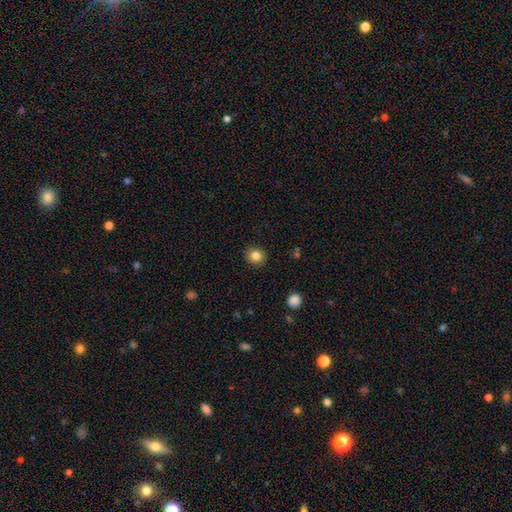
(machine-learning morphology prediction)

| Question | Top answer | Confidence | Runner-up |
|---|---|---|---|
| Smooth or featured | smooth | 83% | star or artifact (11%) |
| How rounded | round | 84% | in between (15%) |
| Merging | none | 91% | minor disturbance (6%) |